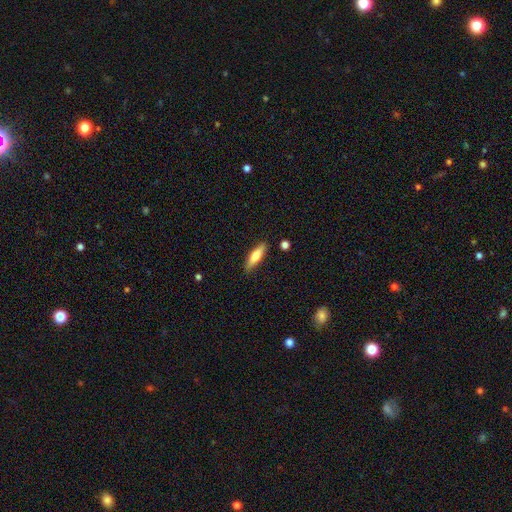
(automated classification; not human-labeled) Smooth or featured? smooth (67%)
How rounded? cigar-shaped (57%)
Merging? none (85%)